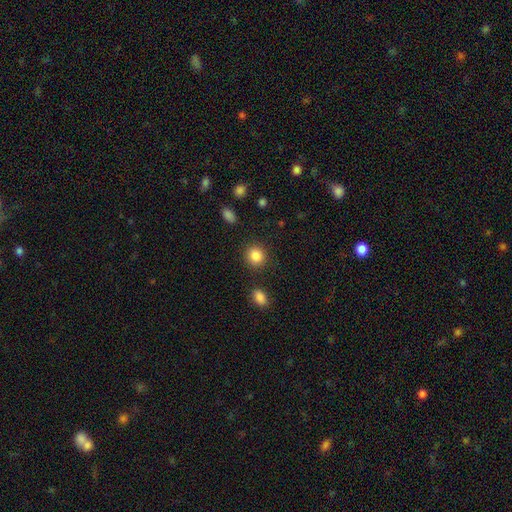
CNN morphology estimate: smooth 86%, star or artifact 9%, featured or disk 4%. Down the decision tree: how rounded — round (85%); merging — none (88%).